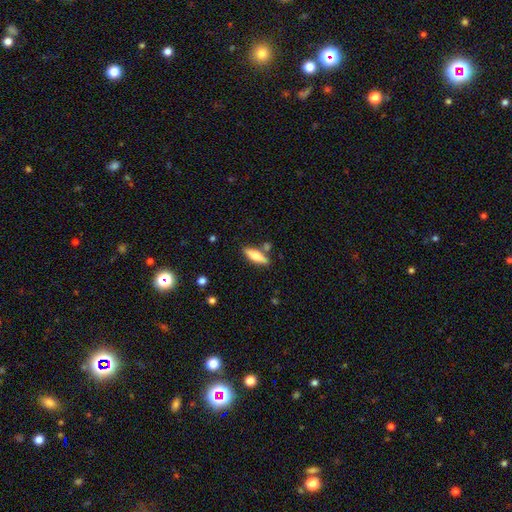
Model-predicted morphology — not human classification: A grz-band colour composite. It shows a smooth galaxy with no disk features (66%) that is cigar-shaped (55%). Merging: none (76%).